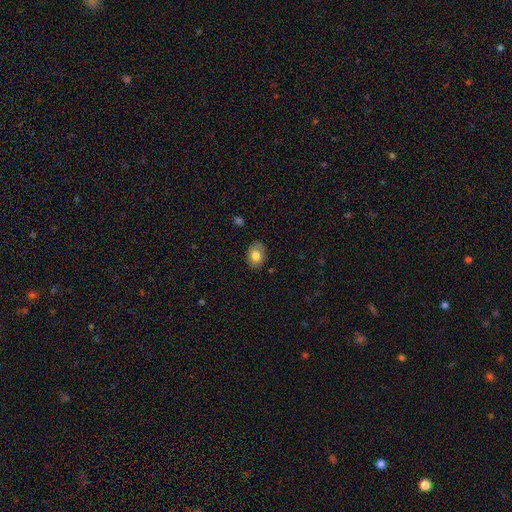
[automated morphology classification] Smooth or featured?
  - smooth: 77% *
  - featured or disk: 15%
  - star or artifact: 8%
How rounded?
  - in between: 61% *
  - round: 38%
  - cigar-shaped: 1%
Merging?
  - none: 82% *
  - minor disturbance: 14%
  - major disturbance: 3%
  - merger: 1%